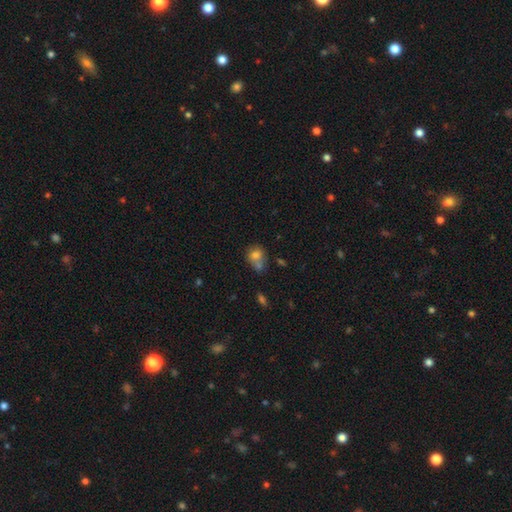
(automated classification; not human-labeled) smooth-or-featured: smooth: 76% | featured or disk: 13% | star or artifact: 11%
  how-rounded: round: 60% | in between: 39% | cigar-shaped: 1%
  merging: merger: 39% | none: 38% | minor disturbance: 17% | major disturbance: 7%